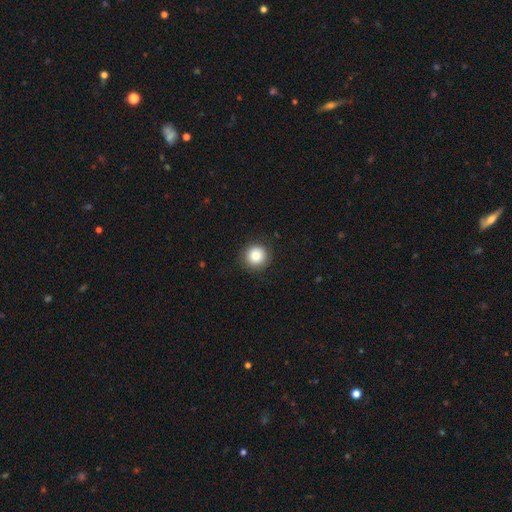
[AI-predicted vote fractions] Smooth or featured? Predicted: smooth (p=0.83). How rounded? Predicted: round (p=0.95). Merging? Predicted: none (p=0.90).